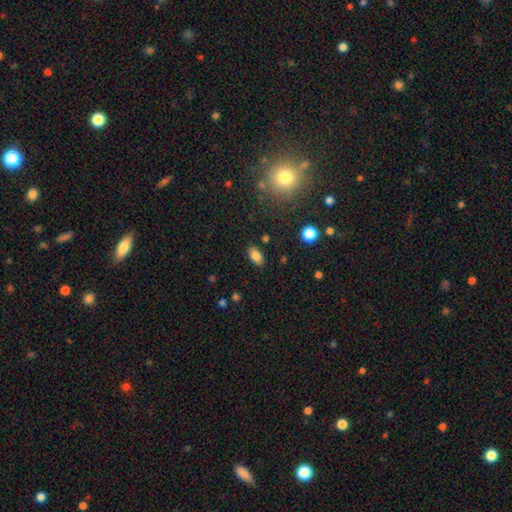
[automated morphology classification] The model was most divided on "smooth or featured": smooth: 83%, star or artifact: 10%, featured or disk: 7%. More confident: how rounded — in between (90%); merging — none (85%).